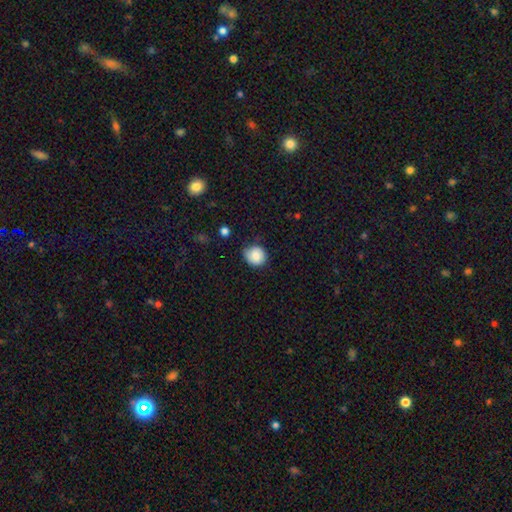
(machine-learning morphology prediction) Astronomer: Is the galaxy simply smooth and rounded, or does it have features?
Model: smooth — 83%.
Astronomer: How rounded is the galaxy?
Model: round — 83%.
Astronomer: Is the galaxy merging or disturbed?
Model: none — 70%.